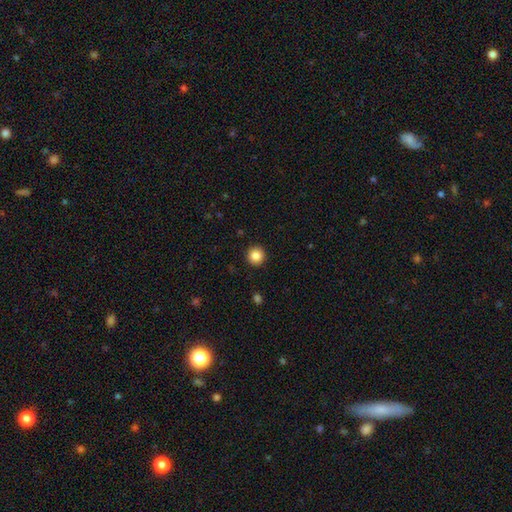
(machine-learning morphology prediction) Smooth or featured?
  - smooth: 85% *
  - star or artifact: 10%
  - featured or disk: 5%
How rounded?
  - round: 95% *
  - in between: 4%
  - cigar-shaped: 1%
Merging?
  - none: 93% *
  - minor disturbance: 5%
  - major disturbance: 2%
  - merger: 1%